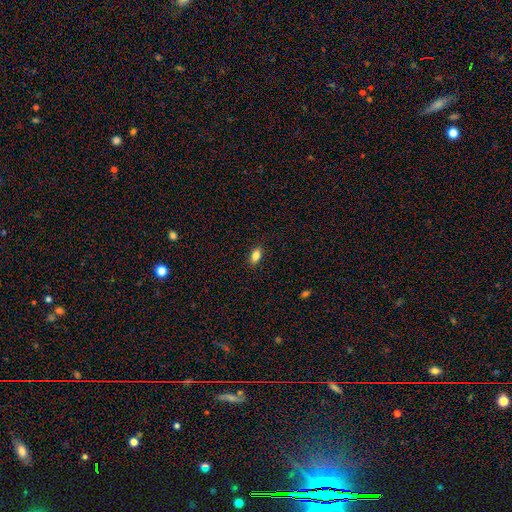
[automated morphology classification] Smooth or featured? smooth (84%)
How rounded? in between (87%)
Merging? none (89%)